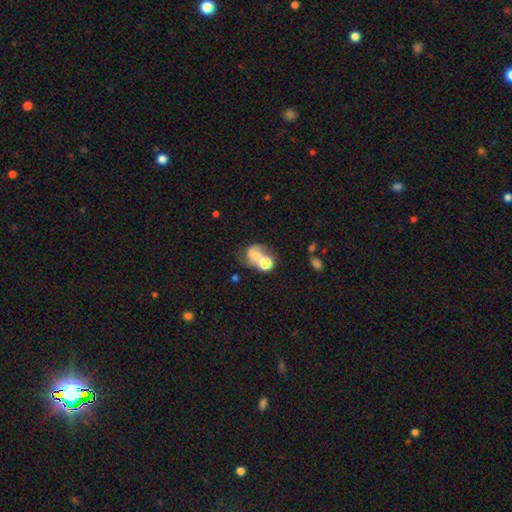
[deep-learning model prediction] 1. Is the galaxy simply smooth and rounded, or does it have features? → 47% featured or disk, 41% smooth, 13% star or artifact.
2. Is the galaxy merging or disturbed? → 40% merger, 29% none, 16% major disturbance, 15% minor disturbance.